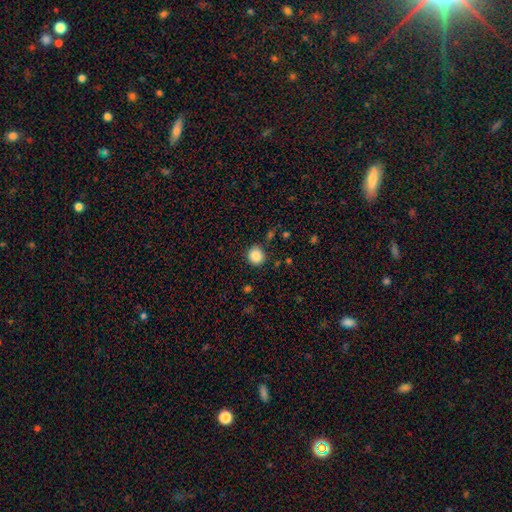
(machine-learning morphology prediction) smooth_or_featured: smooth (p=0.87) [alt: star or artifact p=0.10]
how_rounded: round (p=0.88) [alt: in between p=0.11]
merging: none (p=0.88) [alt: minor disturbance p=0.07]